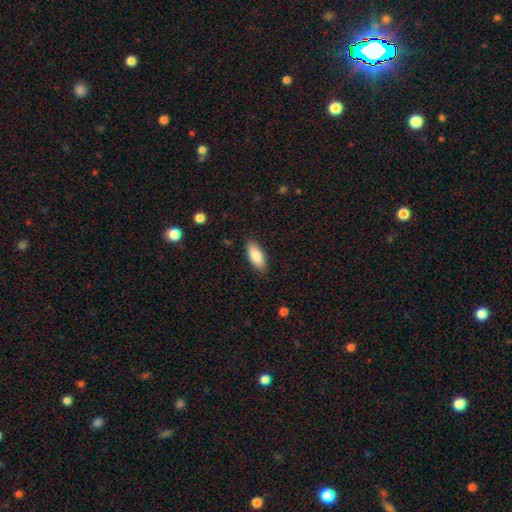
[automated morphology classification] Smooth or featured?
  - smooth: 86% *
  - featured or disk: 8%
  - star or artifact: 6%
How rounded?
  - in between: 82% *
  - cigar-shaped: 17%
  - round: 2%
Merging?
  - none: 87% *
  - minor disturbance: 10%
  - major disturbance: 2%
  - merger: 1%